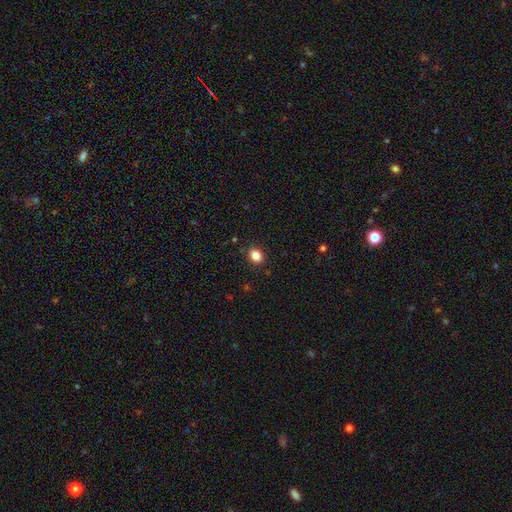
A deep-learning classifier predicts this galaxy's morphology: Q: Smooth or featured?
A: smooth (85%); runner-up: star or artifact (11%)
Q: How rounded?
A: in between (54%); runner-up: round (45%)
Q: Merging?
A: none (88%); runner-up: minor disturbance (8%)